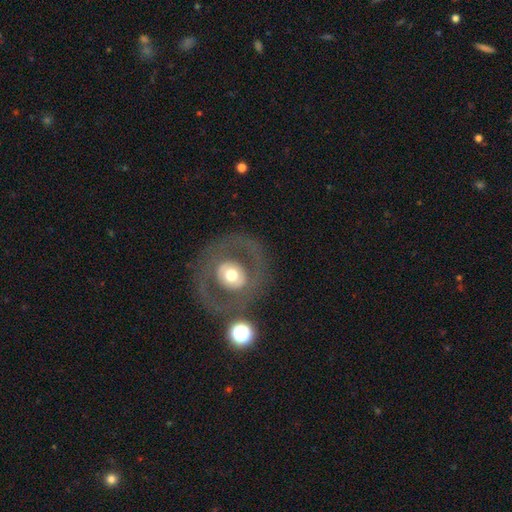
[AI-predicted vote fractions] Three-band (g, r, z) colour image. It shows a featured or disk galaxy (69%) with no bar (51%), no spiral arms (54%) and a moderate central bulge (70%). Merging: none (74%).